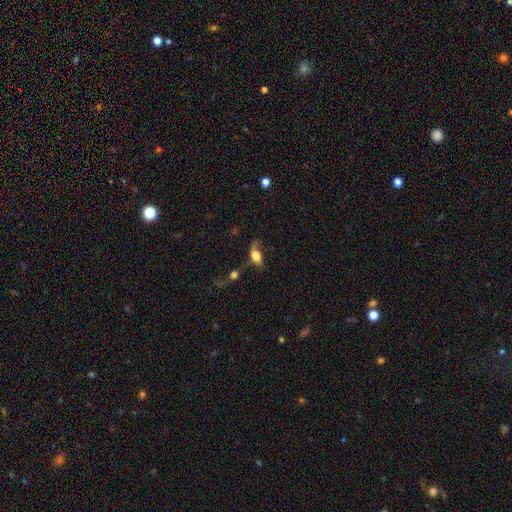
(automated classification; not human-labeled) The model was most divided on "merging": none: 31%, major disturbance: 30%, merger: 20%, minor disturbance: 19%. More confident: how rounded — in between (76%); smooth or featured — smooth (54%).